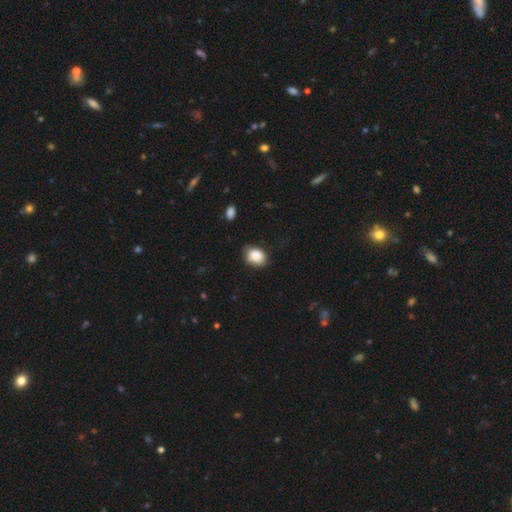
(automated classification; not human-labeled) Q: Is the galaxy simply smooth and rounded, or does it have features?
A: smooth — 88%.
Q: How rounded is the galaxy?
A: in between — 63%.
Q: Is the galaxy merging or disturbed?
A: none — 73%.